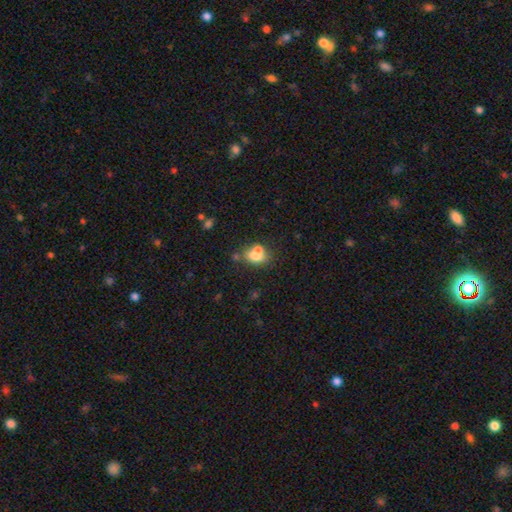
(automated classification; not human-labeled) smooth-or-featured: smooth: 69% | featured or disk: 19% | star or artifact: 12%
  how-rounded: in between: 62% | round: 36% | cigar-shaped: 2%
  merging: merger: 44% | none: 38% | minor disturbance: 12% | major disturbance: 6%